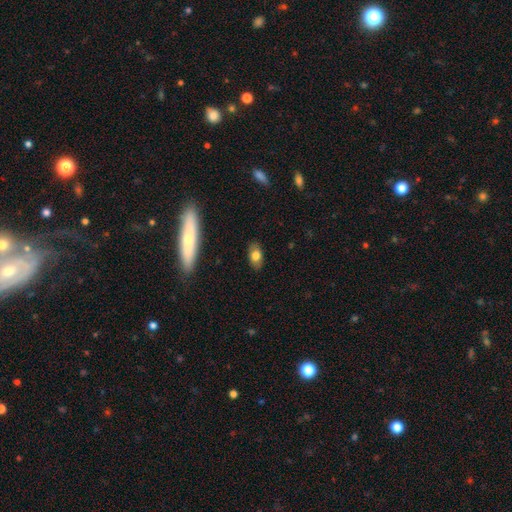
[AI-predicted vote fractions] smooth_or_featured: smooth (p=0.76) [alt: featured or disk p=0.16]
how_rounded: in between (p=0.83) [alt: round p=0.10]
merging: none (p=0.84) [alt: minor disturbance p=0.12]